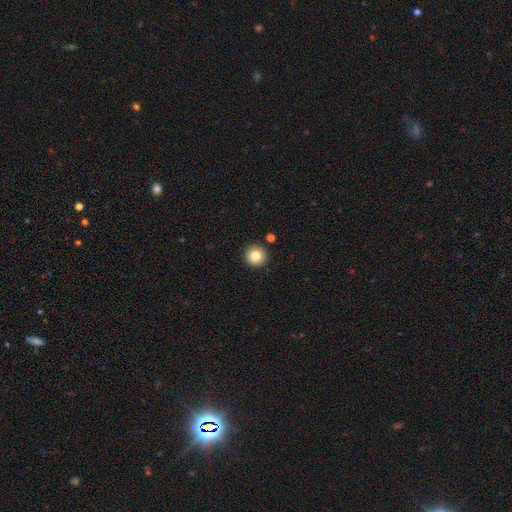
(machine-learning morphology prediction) A smooth galaxy with no disk features (82%) that is round (96%). Merging: none (90%).